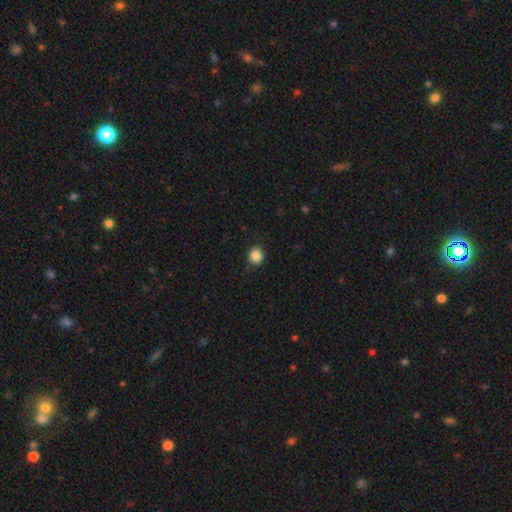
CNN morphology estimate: smooth_or_featured: smooth (p=0.87) [alt: star or artifact p=0.10]
how_rounded: round (p=0.75) [alt: in between p=0.24]
merging: none (p=0.88) [alt: minor disturbance p=0.09]